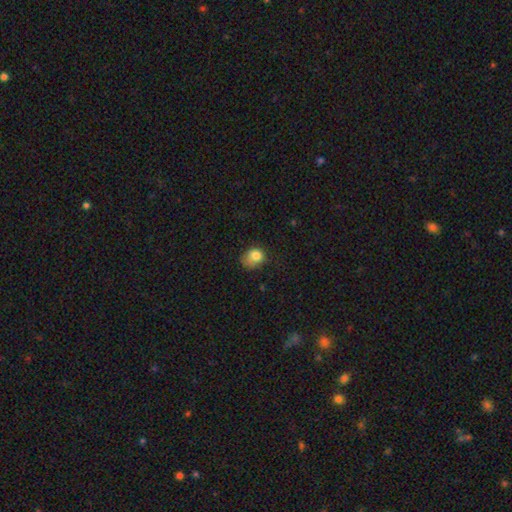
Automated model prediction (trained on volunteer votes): Q: Smooth or featured?
A: smooth (80%); runner-up: star or artifact (10%)
Q: How rounded?
A: round (52%); runner-up: in between (47%)
Q: Merging?
A: none (39%); runner-up: minor disturbance (35%)